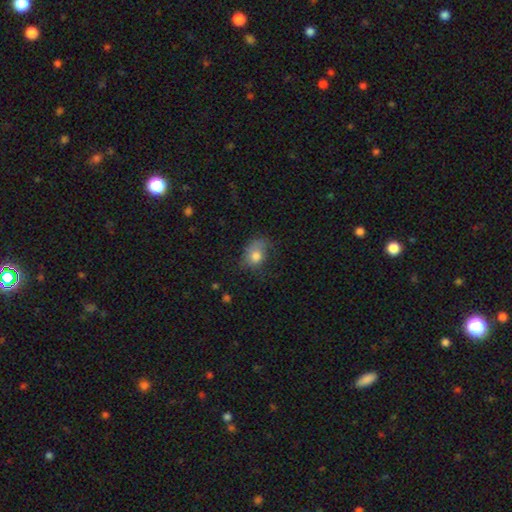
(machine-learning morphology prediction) Smooth or featured? smooth (75%)
How rounded? in between (66%)
Merging? none (43%)